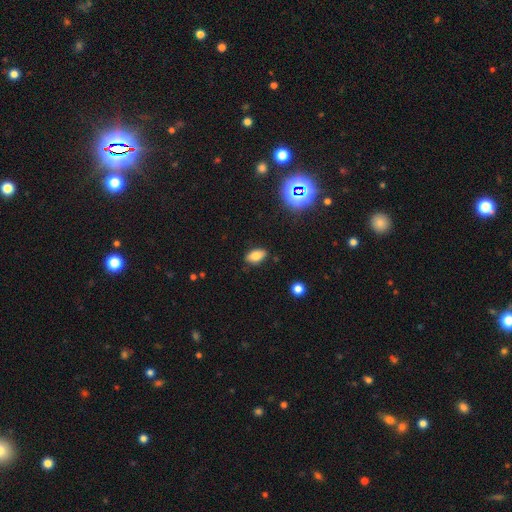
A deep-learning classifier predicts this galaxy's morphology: smooth_or_featured: smooth (p=0.77) [alt: star or artifact p=0.13]
how_rounded: in between (p=0.90) [alt: round p=0.07]
merging: none (p=0.85) [alt: minor disturbance p=0.11]